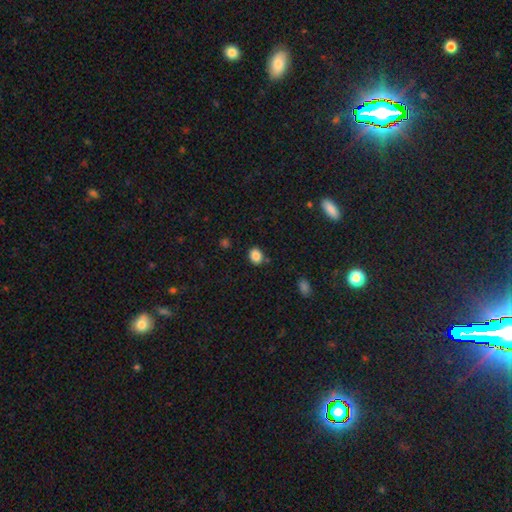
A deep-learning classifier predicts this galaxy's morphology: Q: Smooth or featured?
A: smooth (86%); runner-up: star or artifact (10%)
Q: How rounded?
A: round (52%); runner-up: in between (47%)
Q: Merging?
A: none (80%); runner-up: minor disturbance (12%)